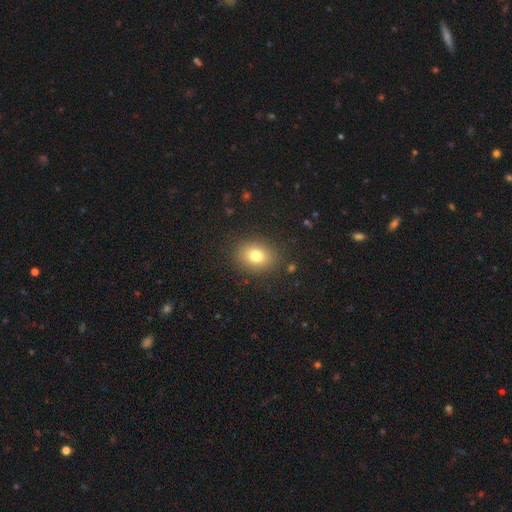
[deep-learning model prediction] Smooth or featured? Predicted: smooth (p=0.78). How rounded? Predicted: in between (p=0.57). Merging? Predicted: none (p=0.86).